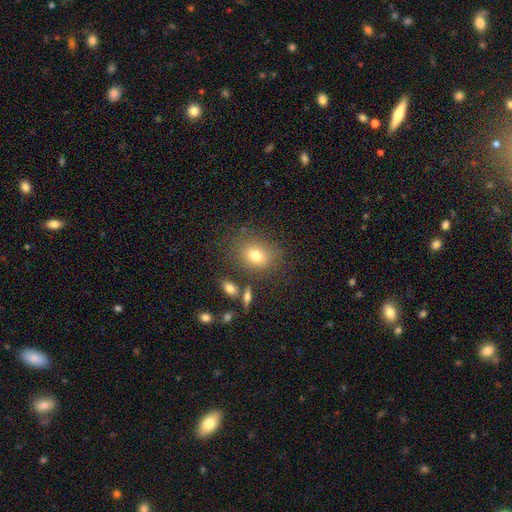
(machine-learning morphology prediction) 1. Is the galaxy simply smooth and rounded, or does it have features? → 75% smooth, 13% star or artifact, 13% featured or disk.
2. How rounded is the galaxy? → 54% in between, 44% round, 1% cigar-shaped.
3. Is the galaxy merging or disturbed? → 74% none, 14% minor disturbance, 6% major disturbance, 5% merger.